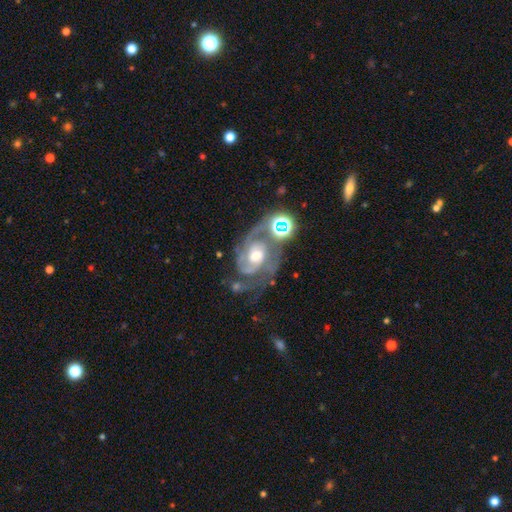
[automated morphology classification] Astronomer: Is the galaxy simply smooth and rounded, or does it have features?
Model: featured or disk — 85%.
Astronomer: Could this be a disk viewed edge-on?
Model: no — 97%.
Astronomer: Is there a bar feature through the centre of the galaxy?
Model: no — 59%.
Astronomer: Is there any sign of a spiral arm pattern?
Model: yes — 96%.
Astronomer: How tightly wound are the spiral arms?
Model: medium — 46% (runner-up: tight, 43%).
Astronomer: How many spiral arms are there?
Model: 2 — 59%.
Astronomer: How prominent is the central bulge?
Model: moderate — 65%.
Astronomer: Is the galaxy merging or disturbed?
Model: none — 43% (runner-up: major disturbance, 22%).